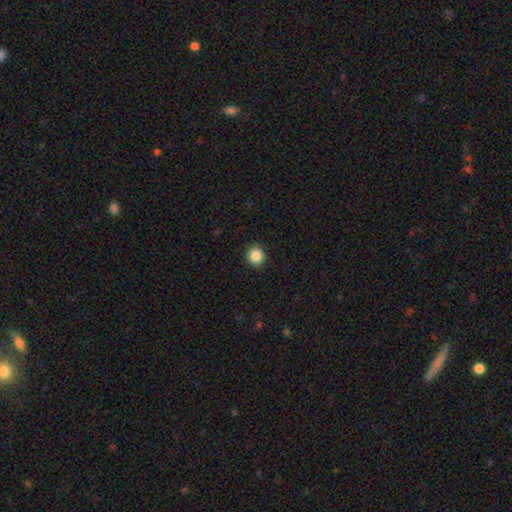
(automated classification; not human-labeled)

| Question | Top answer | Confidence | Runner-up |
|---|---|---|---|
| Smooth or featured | smooth | 86% | star or artifact (10%) |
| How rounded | round | 90% | in between (9%) |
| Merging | none | 92% | minor disturbance (5%) |